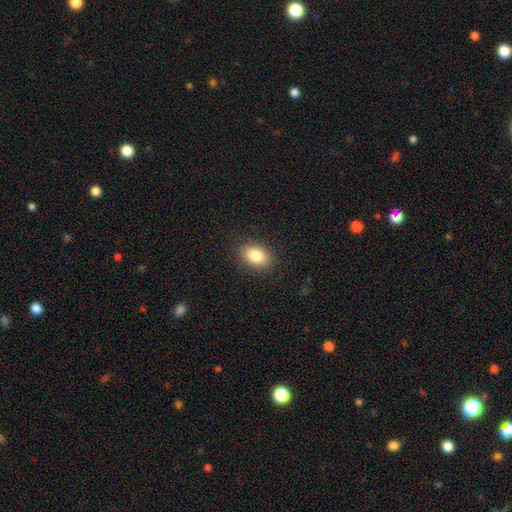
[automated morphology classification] Overall: smooth (84%). How rounded: in between (75%). Merging: none (88%).